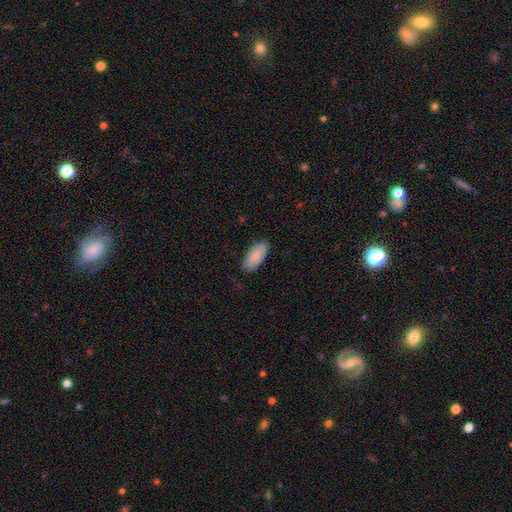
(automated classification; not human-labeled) Smooth or featured? smooth (88%)
How rounded? in between (89%)
Merging? none (84%)